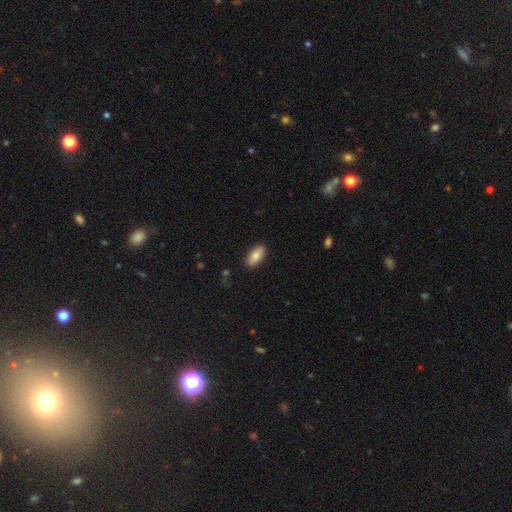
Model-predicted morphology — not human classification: smooth 84%, featured or disk 10%, star or artifact 7%. Down the decision tree: how rounded — in between (90%); merging — none (89%).